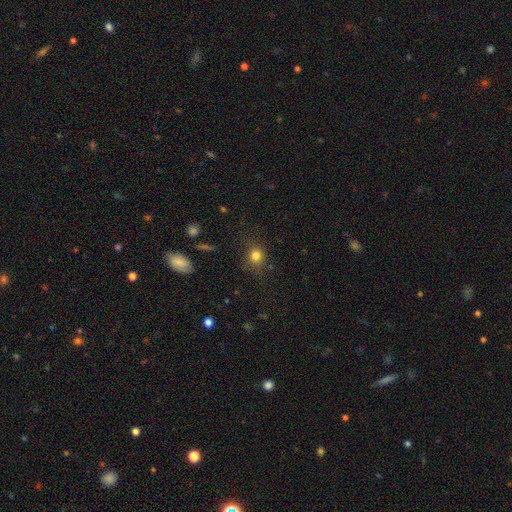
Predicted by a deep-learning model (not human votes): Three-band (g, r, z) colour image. It shows a smooth galaxy with no disk features (80%) that is round (79%). Merging: none (76%).